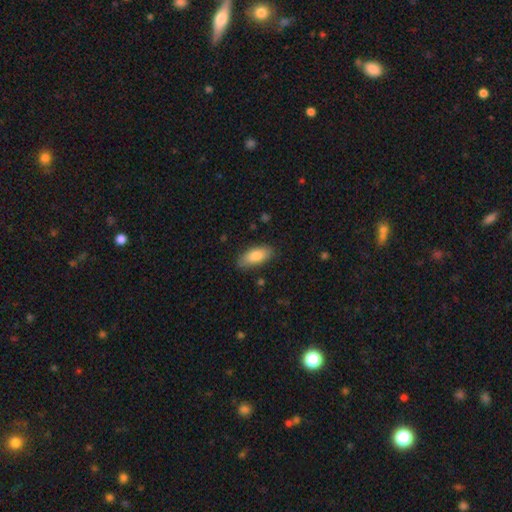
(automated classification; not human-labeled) This is clearly a smooth galaxy (84%). How rounded: clearly in between (82%). Merging: clearly none (81%).